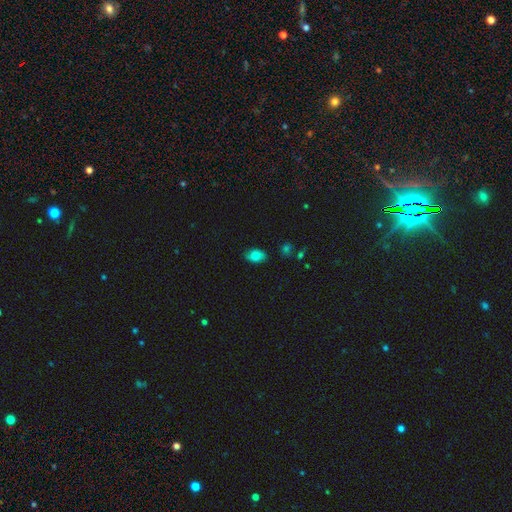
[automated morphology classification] A smooth galaxy with no disk features (81%) that is in between round and cigar-shaped (88%).

Vote fractions:
- Smooth or featured? smooth: 81% / star or artifact: 10% / featured or disk: 9%
- How rounded? in between: 88% / round: 10% / cigar-shaped: 2%
- Merging? none: 79% / minor disturbance: 16% / major disturbance: 3% / merger: 2%